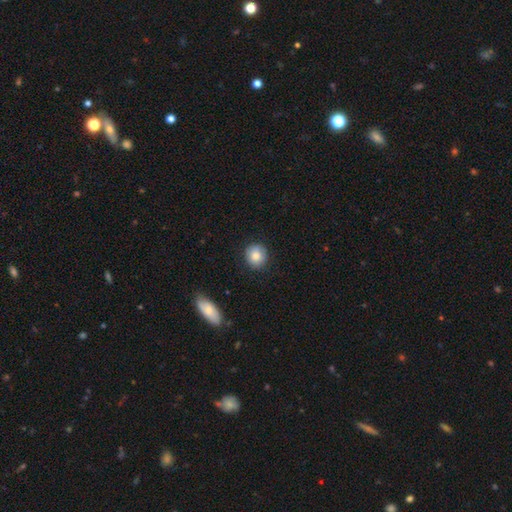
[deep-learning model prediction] smooth 82%, featured or disk 9%, star or artifact 8%. Down the decision tree: how rounded — round (87%); merging — none (86%).